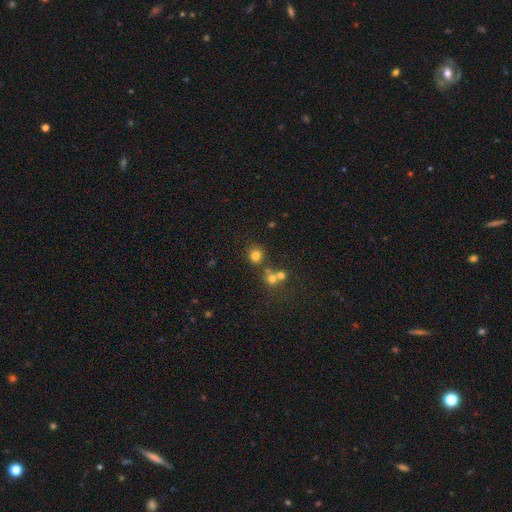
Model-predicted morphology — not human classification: Smooth or featured? smooth (76%)
How rounded? round (86%)
Merging? none (73%)